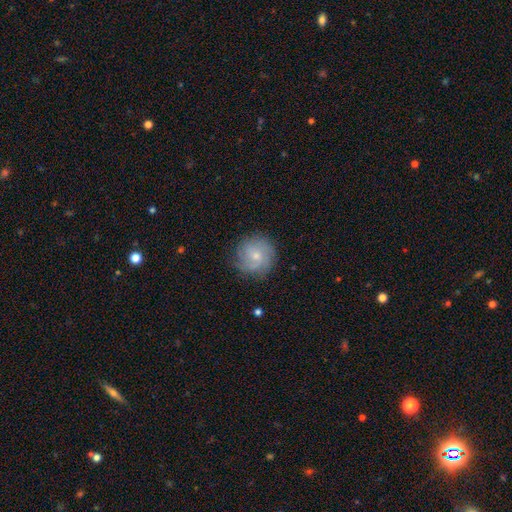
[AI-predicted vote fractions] This appears to be a featured or disk galaxy (52%) with no bar (73%), spiral arms (85%) and a small central bulge (56%). Merging: none (79%).